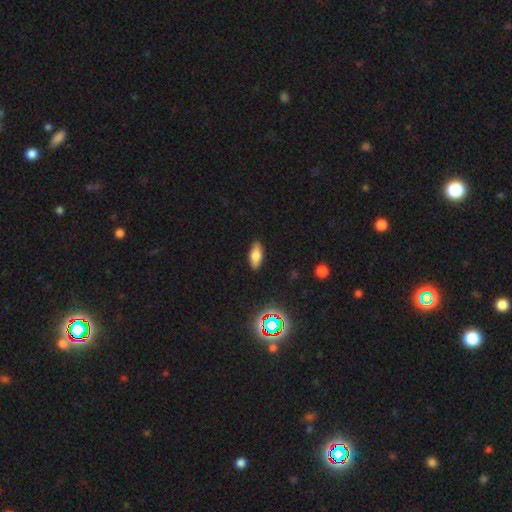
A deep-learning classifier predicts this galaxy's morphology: smooth_or_featured: smooth (p=0.68) [alt: featured or disk p=0.21]
how_rounded: in between (p=0.80) [alt: cigar-shaped p=0.17]
merging: none (p=0.86) [alt: minor disturbance p=0.10]